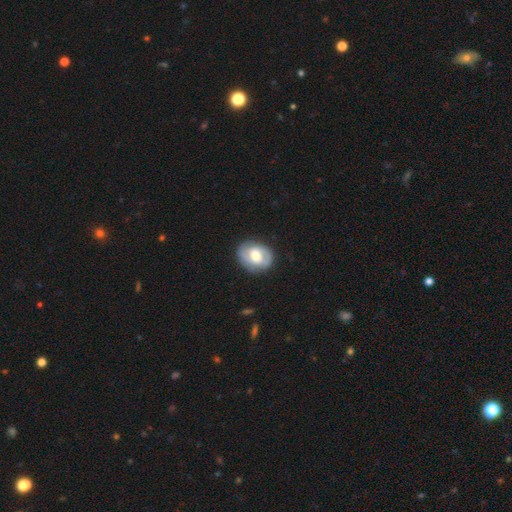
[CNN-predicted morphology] type=featured or disk (62%); edge-on=no (96%); bar=weak (45%); spiral arms=yes (73%); bulge=moderate (57%); merging=none (81%).